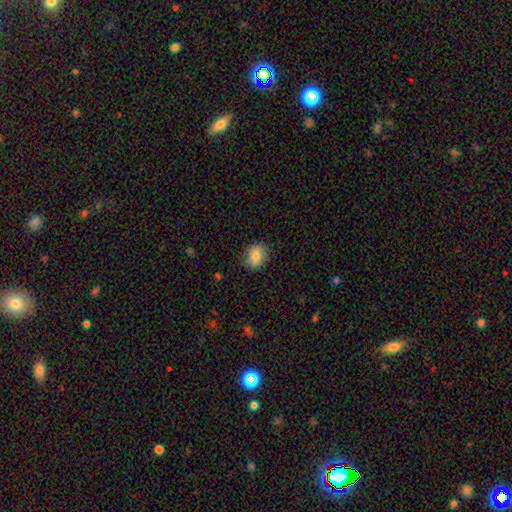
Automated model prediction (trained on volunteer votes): Overall: smooth (79%). How rounded: round (55%; in between 44%). Merging: none (79%).